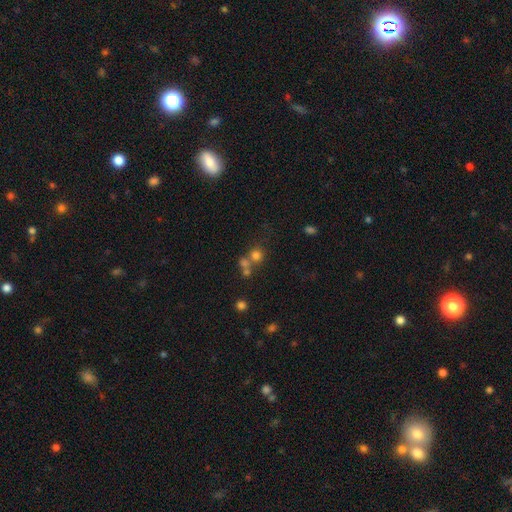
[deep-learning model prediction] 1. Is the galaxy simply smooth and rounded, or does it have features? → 70% smooth, 18% star or artifact, 12% featured or disk.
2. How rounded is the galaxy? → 87% round, 12% in between, 1% cigar-shaped.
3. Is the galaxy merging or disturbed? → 50% none, 37% merger, 8% minor disturbance, 5% major disturbance.